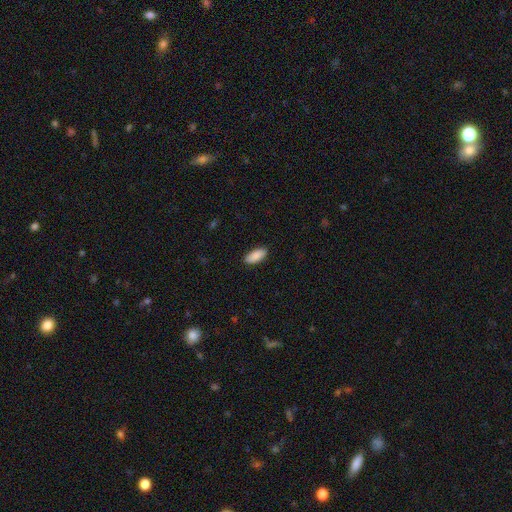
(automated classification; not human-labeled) smooth 90%, star or artifact 6%, featured or disk 4%. Down the decision tree: how rounded — in between (88%); merging — none (89%).